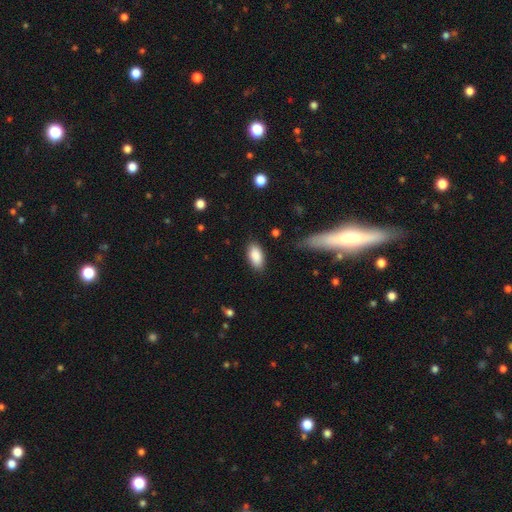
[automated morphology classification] The model was most divided on "merging": none: 84%, minor disturbance: 12%, major disturbance: 3%, merger: 2%. More confident: how rounded — in between (93%); smooth or featured — smooth (89%).